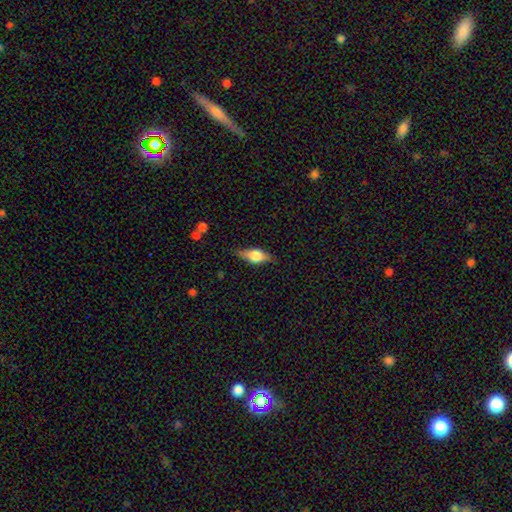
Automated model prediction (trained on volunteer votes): smooth_or_featured: smooth (p=0.51) [alt: featured or disk p=0.42]
how_rounded: in between (p=0.74) [alt: cigar-shaped p=0.20]
merging: none (p=0.80) [alt: minor disturbance p=0.15]